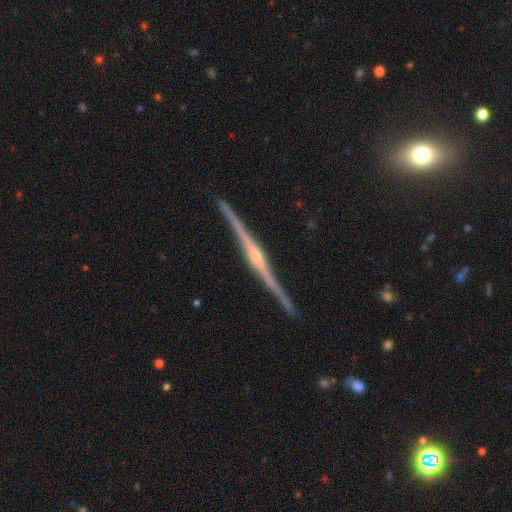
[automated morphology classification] Smooth or featured?
  - featured or disk: 90% *
  - smooth: 6%
  - star or artifact: 4%
Edge-on disk?
  - yes: 99% *
  - no: 1%
Edge-on bulge?
  - rounded: 81% *
  - boxy: 10%
  - none: 9%
Merging?
  - none: 91% *
  - minor disturbance: 7%
  - major disturbance: 1%
  - merger: 1%